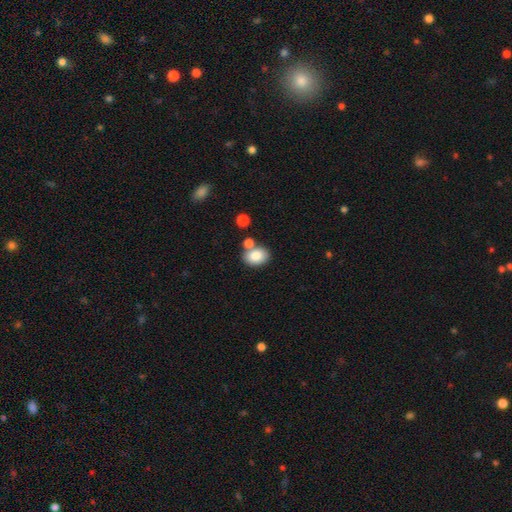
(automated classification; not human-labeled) A smooth galaxy with no disk features (83%) that is in between round and cigar-shaped (72%).

Vote fractions:
- Smooth or featured? smooth: 83% / featured or disk: 8% / star or artifact: 8%
- How rounded? in between: 72% / round: 27% / cigar-shaped: 1%
- Merging? none: 65% / merger: 20% / minor disturbance: 12% / major disturbance: 3%